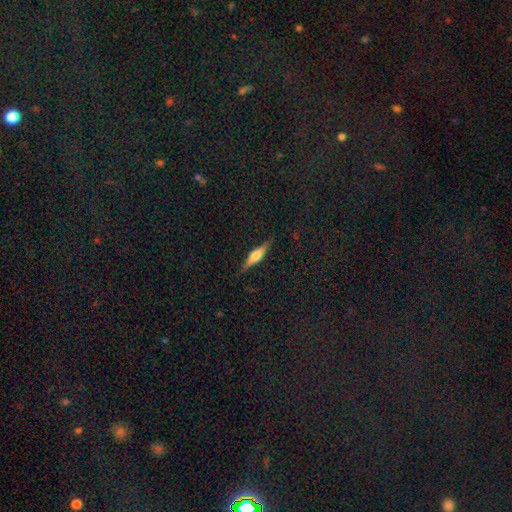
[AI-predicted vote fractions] Overall: featured or disk (59%; smooth 34%). Edge-on disk: yes (96%). Edge-on bulge: rounded (80%). Merging: none (85%).